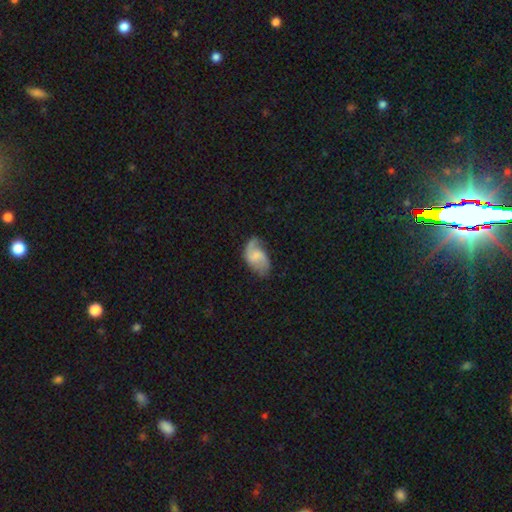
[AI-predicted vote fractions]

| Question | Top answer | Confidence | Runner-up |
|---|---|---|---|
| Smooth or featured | featured or disk | 67% | smooth (26%) |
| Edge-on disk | no | 97% | yes (3%) |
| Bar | weak | 48% | no (40%) |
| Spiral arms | yes | 91% | no (9%) |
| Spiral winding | loose | 54% | medium (36%) |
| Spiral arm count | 2 | 80% | 1 (11%) |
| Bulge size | none | 46% | small (26%) |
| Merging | none | 57% | minor disturbance (27%) |